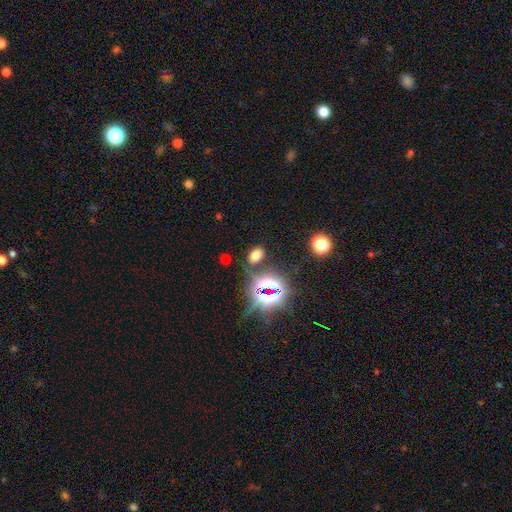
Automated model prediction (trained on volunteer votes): The model was most divided on "smooth or featured": smooth: 62%, star or artifact: 31%, featured or disk: 8%. More confident: how rounded — in between (81%); merging — none (80%).